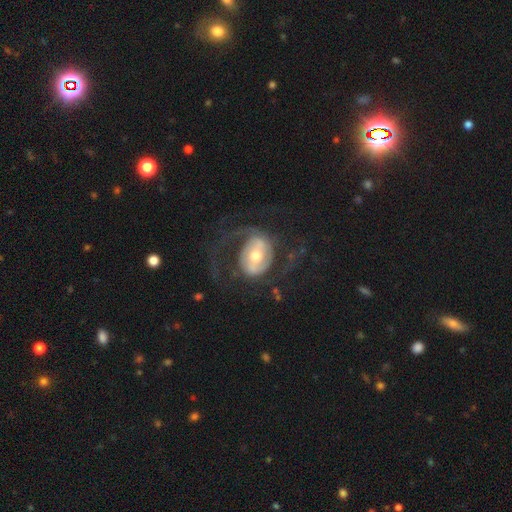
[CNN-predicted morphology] Overall: featured or disk (80%). Edge-on disk: no (97%). Bar: weak (38%; strong 32%). Spiral arms: yes (87%). Spiral arm count: 2 (83%). Spiral winding: medium (45%; loose 39%). Bulge size: moderate (66%). Merging: none (57%; major disturbance 27%).